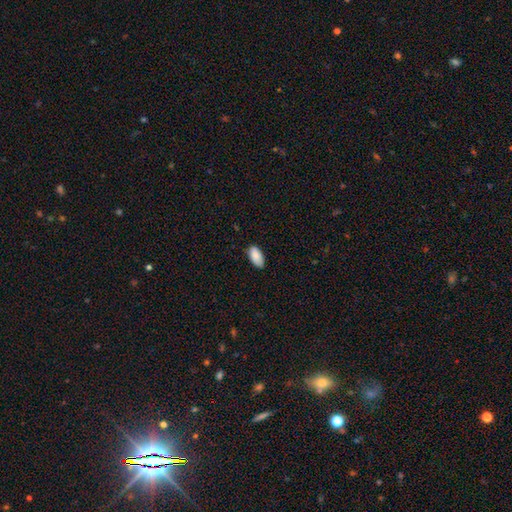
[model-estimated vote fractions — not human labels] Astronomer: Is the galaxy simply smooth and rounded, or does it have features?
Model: smooth — 88%.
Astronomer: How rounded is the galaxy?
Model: in between — 94%.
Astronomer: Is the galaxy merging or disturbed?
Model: none — 81%.